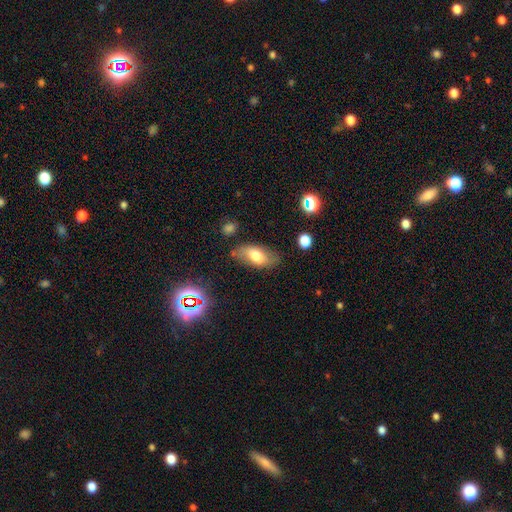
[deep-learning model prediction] This appears to be a smooth galaxy with no disk features (66%) that is in between round and cigar-shaped (88%). Merging: none (74%).